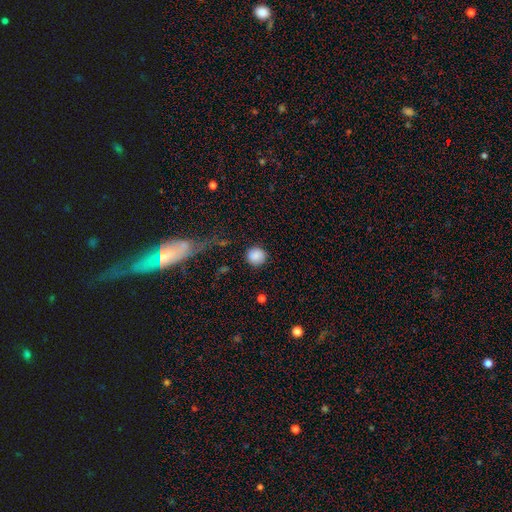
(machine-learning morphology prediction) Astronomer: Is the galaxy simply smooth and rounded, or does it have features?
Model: smooth — 86%.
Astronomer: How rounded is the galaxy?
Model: round — 94%.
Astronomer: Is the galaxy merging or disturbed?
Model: none — 86%.